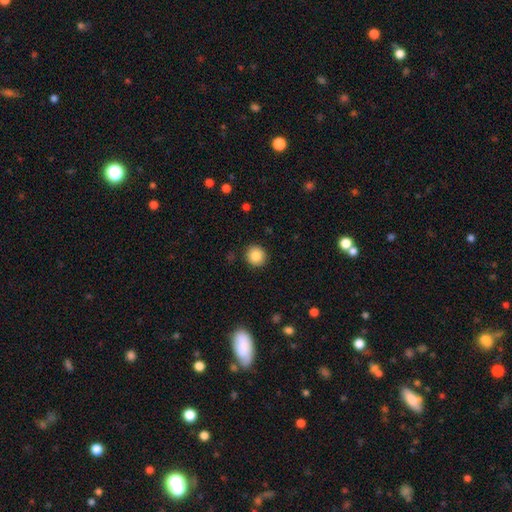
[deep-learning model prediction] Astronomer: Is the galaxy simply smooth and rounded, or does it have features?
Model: smooth — 86%.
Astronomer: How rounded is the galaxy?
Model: round — 90%.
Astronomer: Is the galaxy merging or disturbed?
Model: none — 91%.